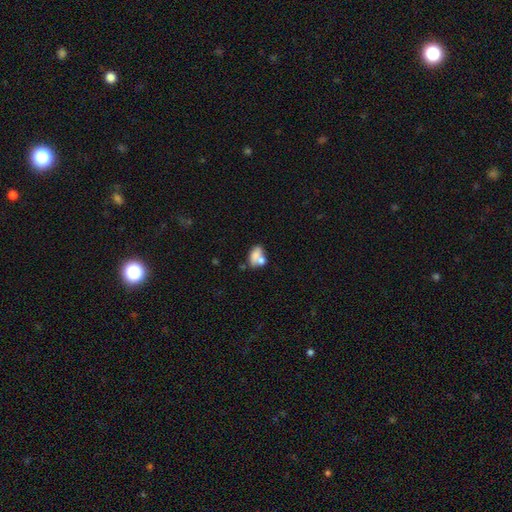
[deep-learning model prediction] A smooth galaxy with no disk features (70%) that is in between round and cigar-shaped (81%). Merging: merger (46%).